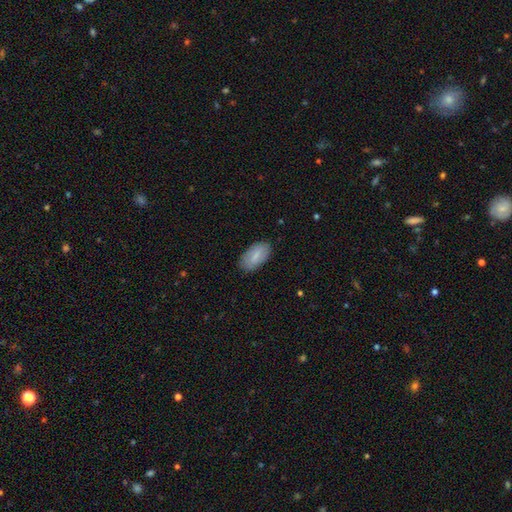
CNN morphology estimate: Smooth or featured?
  - smooth: 76% *
  - featured or disk: 18%
  - star or artifact: 6%
How rounded?
  - in between: 94% *
  - cigar-shaped: 4%
  - round: 2%
Merging?
  - none: 85% *
  - minor disturbance: 12%
  - major disturbance: 3%
  - merger: 1%